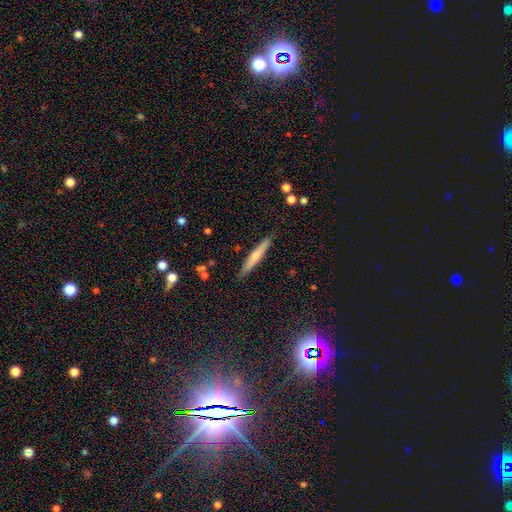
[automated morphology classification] The model was most divided on "smooth or featured": smooth: 52%, featured or disk: 42%, star or artifact: 6%. More confident: how rounded — cigar-shaped (93%); merging — none (89%).